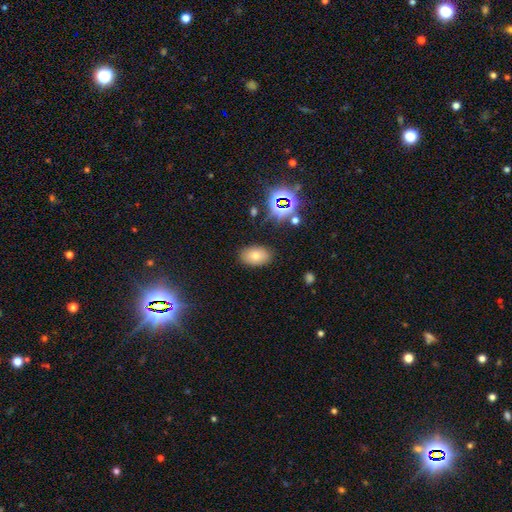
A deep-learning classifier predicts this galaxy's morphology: Overall: smooth (71%). How rounded: in between (90%). Merging: none (84%).